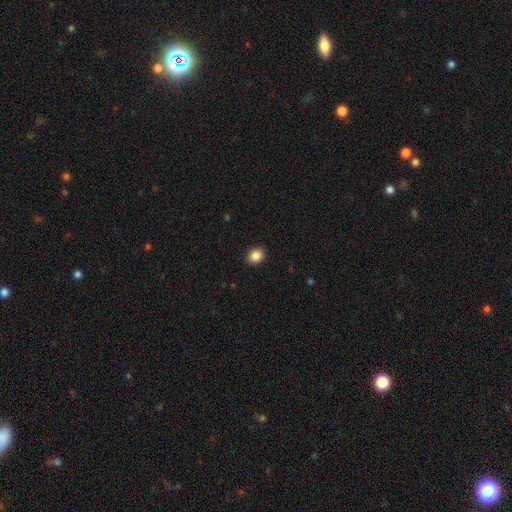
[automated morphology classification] A smooth galaxy with no disk features (87%) that is round (59%). Merging: none (91%).